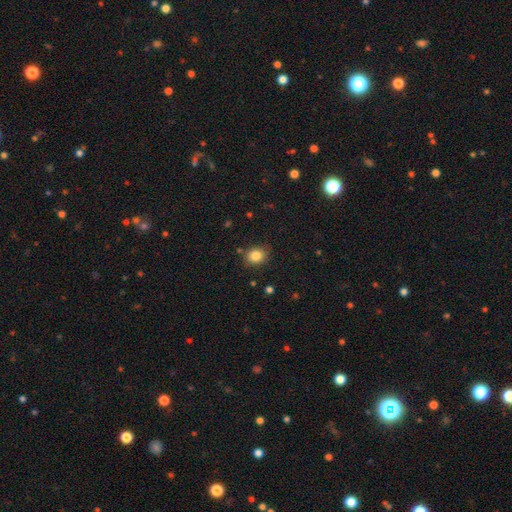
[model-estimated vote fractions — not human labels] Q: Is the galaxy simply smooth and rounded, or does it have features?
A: smooth — 84%.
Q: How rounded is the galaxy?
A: round — 60%.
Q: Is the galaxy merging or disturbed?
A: none — 81%.